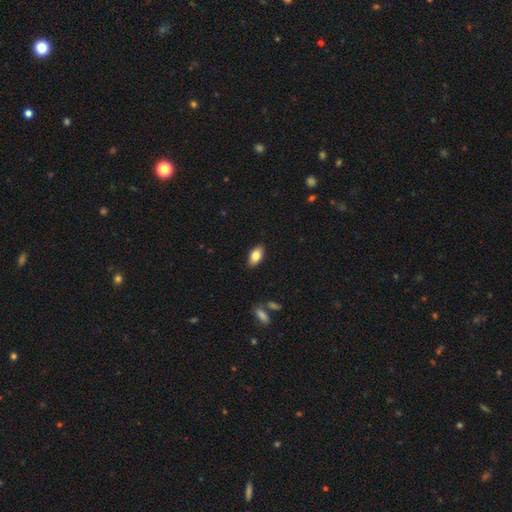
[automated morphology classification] type=smooth (82%); roundness=in between (92%); merging=none (87%).